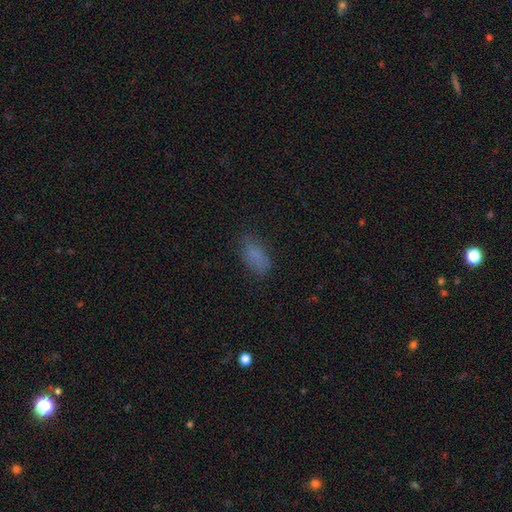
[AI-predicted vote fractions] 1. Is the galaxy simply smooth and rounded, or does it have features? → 80% smooth, 12% star or artifact, 8% featured or disk.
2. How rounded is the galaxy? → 90% in between, 5% round, 5% cigar-shaped.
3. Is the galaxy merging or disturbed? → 72% none, 19% minor disturbance, 7% major disturbance, 1% merger.